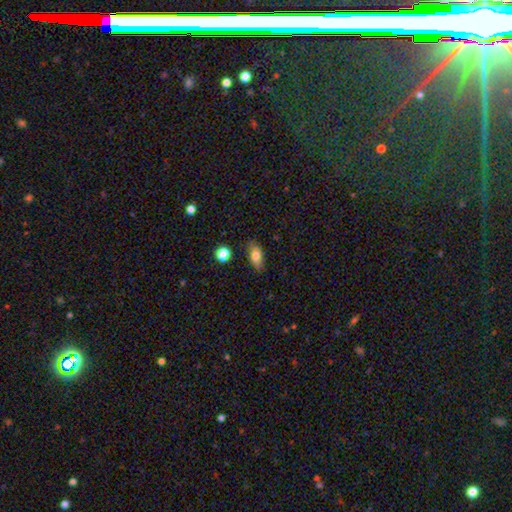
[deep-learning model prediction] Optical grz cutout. It shows a smooth galaxy with no disk features (76%) that is in between round and cigar-shaped (83%). Merging: none (84%).